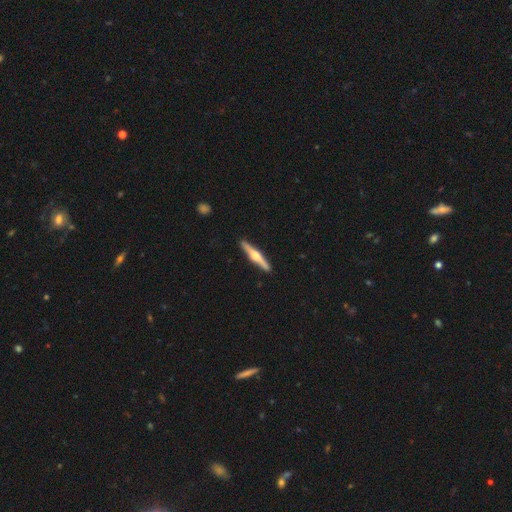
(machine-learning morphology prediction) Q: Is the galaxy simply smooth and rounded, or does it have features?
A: featured or disk — 69%.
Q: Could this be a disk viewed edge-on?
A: yes — 98%.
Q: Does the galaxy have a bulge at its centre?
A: rounded — 90%.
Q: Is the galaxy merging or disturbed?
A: none — 91%.